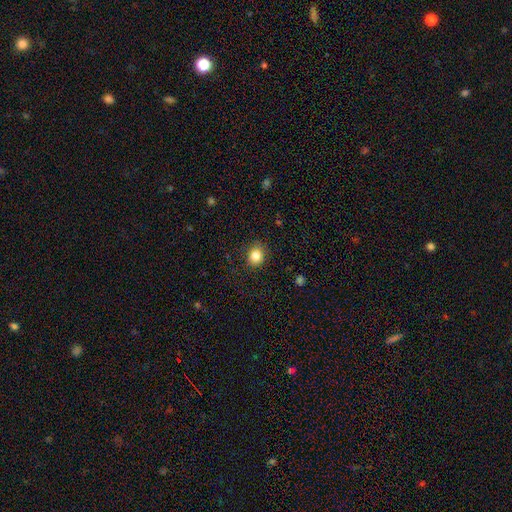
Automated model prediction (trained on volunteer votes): smooth_or_featured: smooth (p=0.84) [alt: star or artifact p=0.11]
how_rounded: round (p=0.72) [alt: in between p=0.27]
merging: none (p=0.86) [alt: minor disturbance p=0.10]